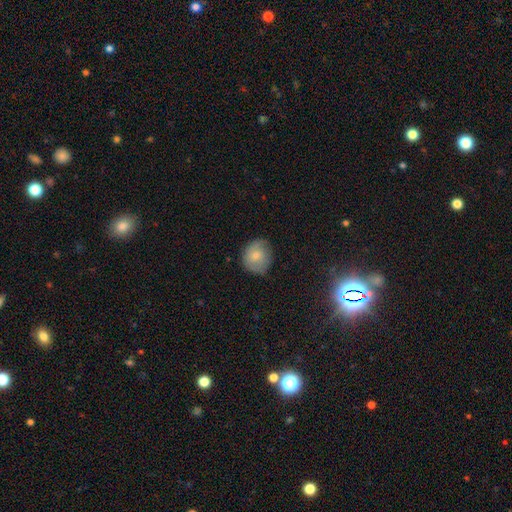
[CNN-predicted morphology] Smooth or featured: smooth — 72% (featured or disk — 21%)
How rounded: round — 81% (in between — 18%)
Merging: none — 73% (minor disturbance — 21%)